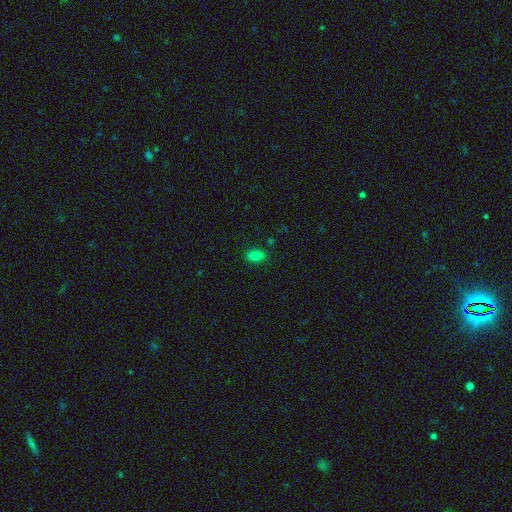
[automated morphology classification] The model was most divided on "smooth or featured": smooth: 82%, star or artifact: 13%, featured or disk: 5%. More confident: how rounded — in between (89%); merging — none (83%).